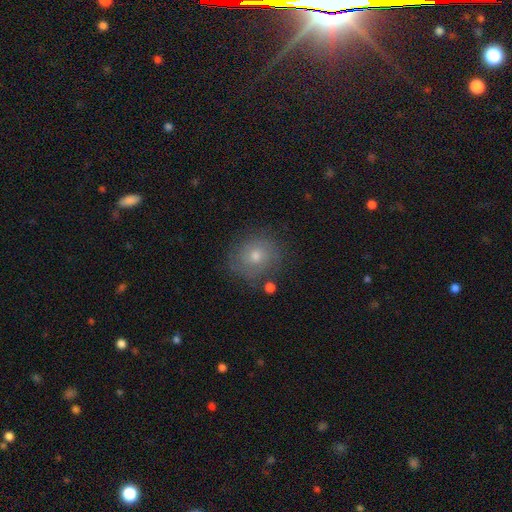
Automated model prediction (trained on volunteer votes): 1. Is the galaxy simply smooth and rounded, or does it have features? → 51% smooth, 32% featured or disk, 17% star or artifact.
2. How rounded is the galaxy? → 83% round, 16% in between, 1% cigar-shaped.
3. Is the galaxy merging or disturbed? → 79% none, 14% minor disturbance, 5% major disturbance, 2% merger.